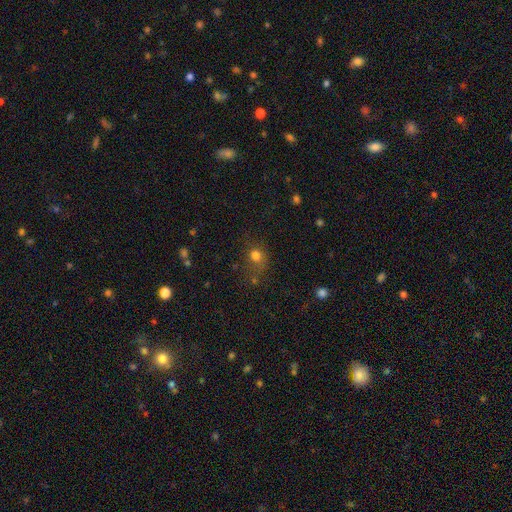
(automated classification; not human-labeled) The model was most divided on "merging": none: 58%, minor disturbance: 21%, major disturbance: 13%, merger: 8%. More confident: how rounded — round (75%); smooth or featured — smooth (74%).